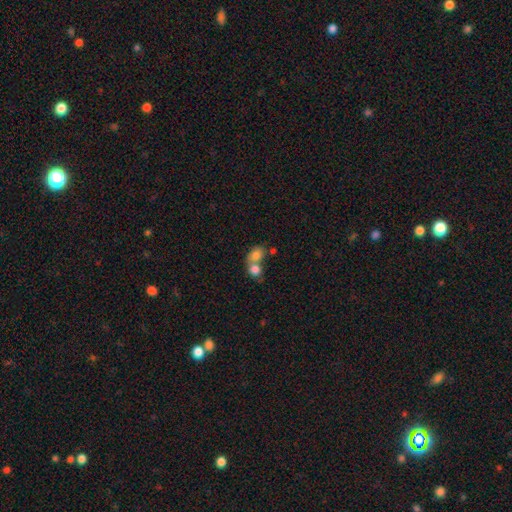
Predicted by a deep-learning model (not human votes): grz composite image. It shows a smooth galaxy with no disk features (79%) that is in between round and cigar-shaped (50%). Merging: merger (66%).